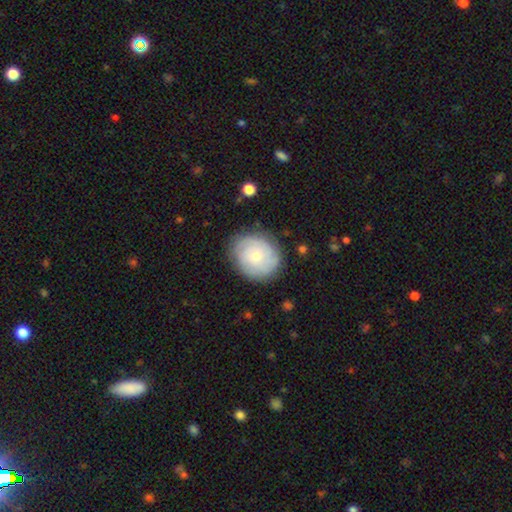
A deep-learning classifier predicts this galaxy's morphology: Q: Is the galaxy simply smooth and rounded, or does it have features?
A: featured or disk — 53%.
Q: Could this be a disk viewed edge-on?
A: no — 97%.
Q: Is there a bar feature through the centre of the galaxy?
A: no — 83%.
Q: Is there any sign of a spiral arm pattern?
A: yes — 77%.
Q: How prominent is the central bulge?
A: small — 65%.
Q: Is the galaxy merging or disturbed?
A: none — 81%.